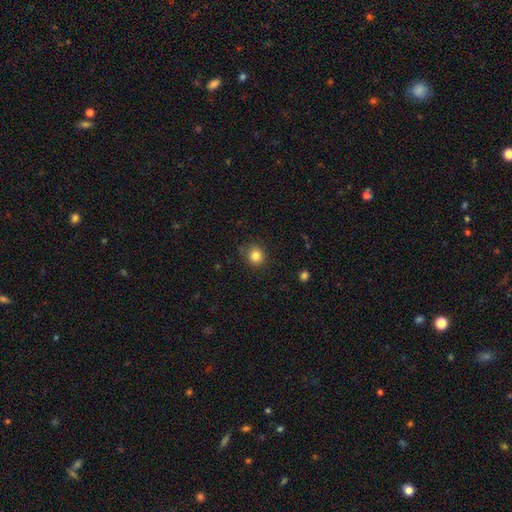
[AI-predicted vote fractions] Morphology: type=smooth (83%); roundness=round (86%); merging=none (83%).